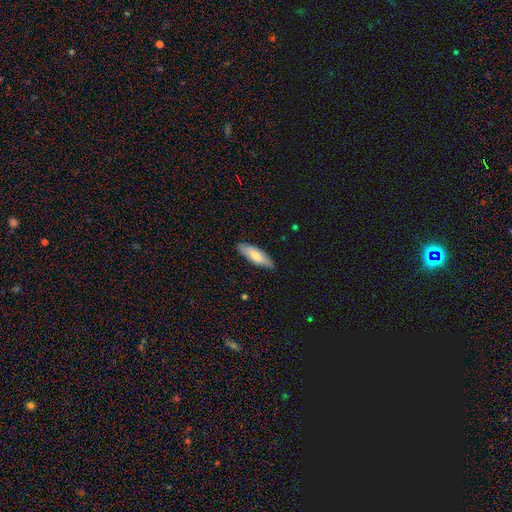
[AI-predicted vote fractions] This is likely a smooth galaxy (69%). How rounded: possibly in between (55%). Merging: clearly none (83%).